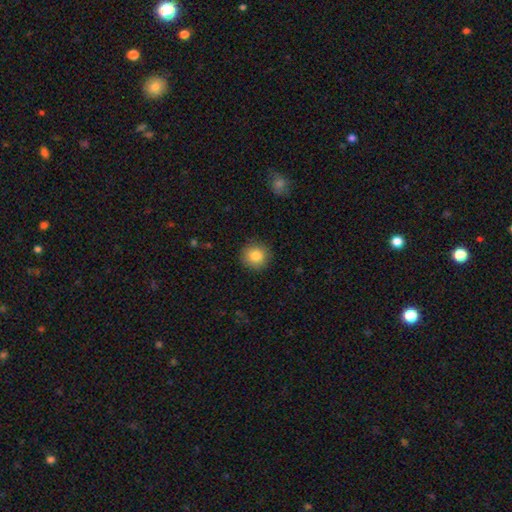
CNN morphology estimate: smooth-or-featured: smooth: 83% | star or artifact: 10% | featured or disk: 7%
  how-rounded: round: 94% | in between: 5% | cigar-shaped: 1%
  merging: none: 91% | minor disturbance: 6% | major disturbance: 2% | merger: 1%